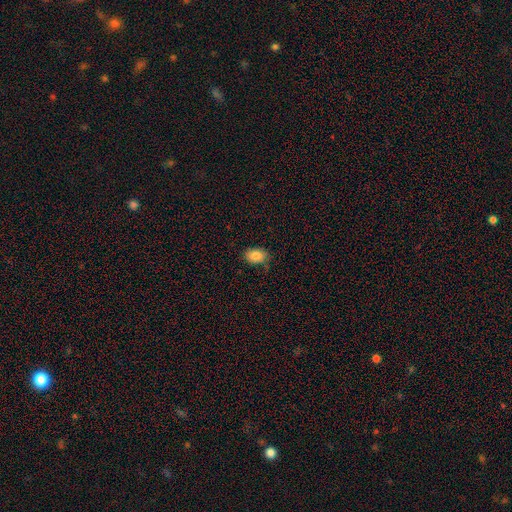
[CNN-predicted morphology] The model was most divided on "how rounded": in between: 79%, round: 20%, cigar-shaped: 1%. More confident: smooth or featured — smooth (84%); merging — none (80%).